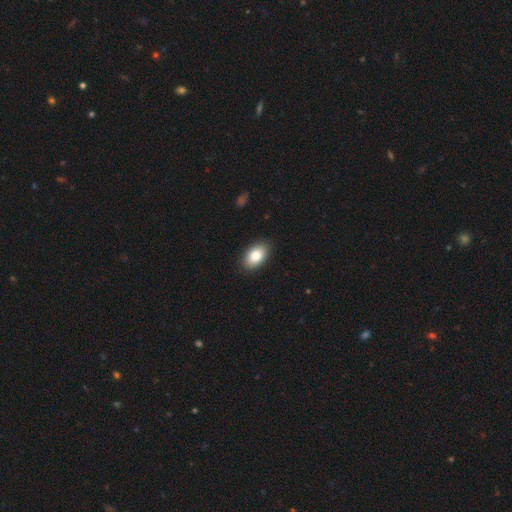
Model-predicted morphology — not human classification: smooth_or_featured: smooth (p=0.84) [alt: featured or disk p=0.09]
how_rounded: in between (p=0.92) [alt: round p=0.07]
merging: none (p=0.89) [alt: minor disturbance p=0.08]